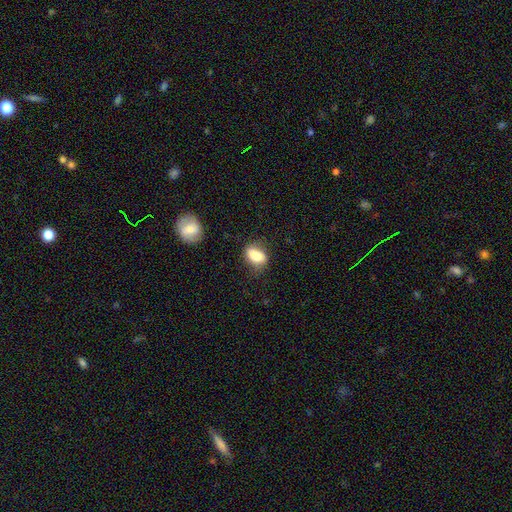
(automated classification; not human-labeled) Morphology: type=smooth (83%); roundness=in between (84%); merging=none (58%).